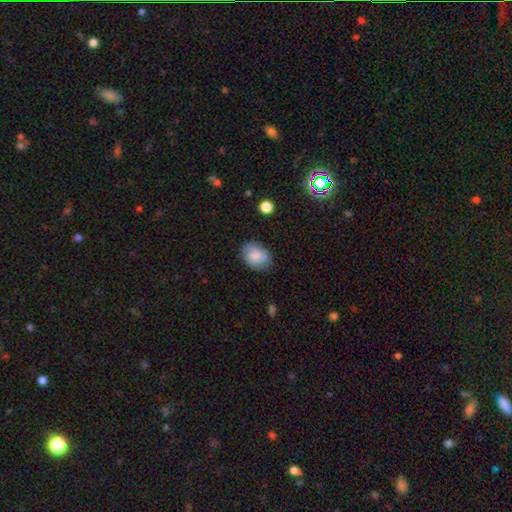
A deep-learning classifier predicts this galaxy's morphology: Smooth or featured?
  - smooth: 84% *
  - featured or disk: 9%
  - star or artifact: 7%
How rounded?
  - in between: 72% *
  - round: 27%
  - cigar-shaped: 1%
Merging?
  - none: 77% *
  - minor disturbance: 18%
  - major disturbance: 4%
  - merger: 1%